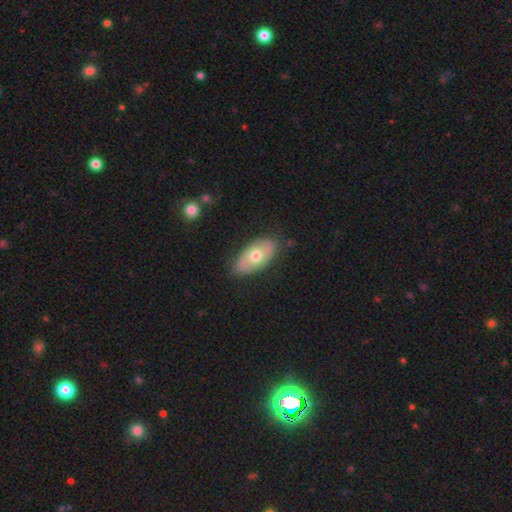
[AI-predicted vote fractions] Overall: smooth (58%; featured or disk 36%). How rounded: in between (92%). Merging: none (80%).